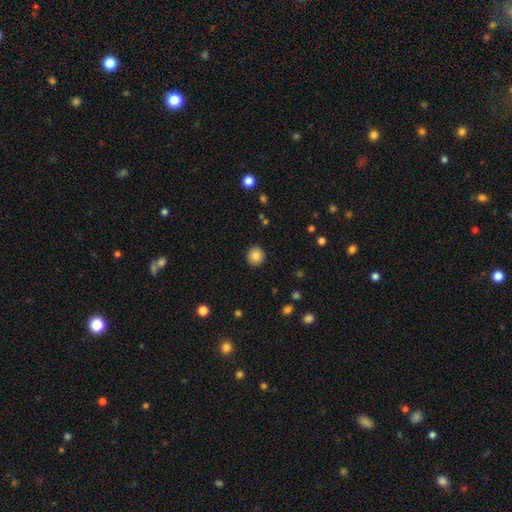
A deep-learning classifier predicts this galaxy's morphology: type=smooth (83%); roundness=round (92%); merging=none (92%).